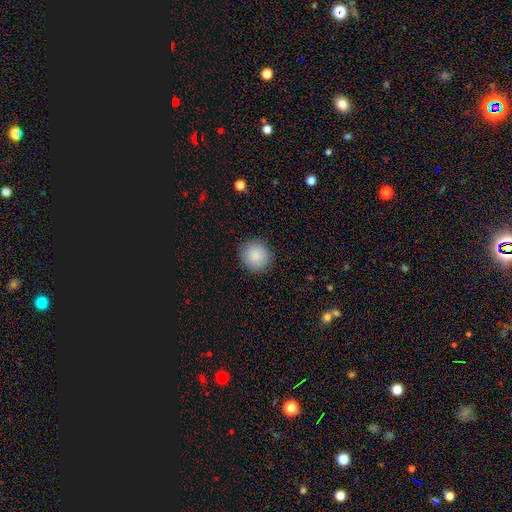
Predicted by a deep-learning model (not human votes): smooth_or_featured: smooth (p=0.87) [alt: star or artifact p=0.08]
how_rounded: round (p=0.93) [alt: in between p=0.07]
merging: none (p=0.89) [alt: minor disturbance p=0.07]